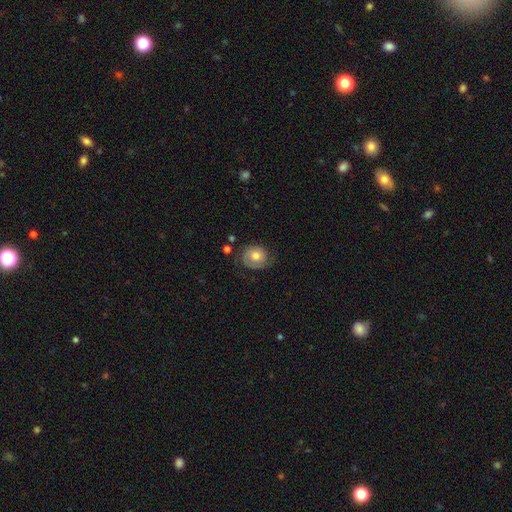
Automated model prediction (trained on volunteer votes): featured or disk 58%, smooth 35%, star or artifact 7%. Down the decision tree: edge-on disk — no (97%); bar — no (77%); spiral arms — yes (86%); bulge size — moderate (65%); merging — none (63%).